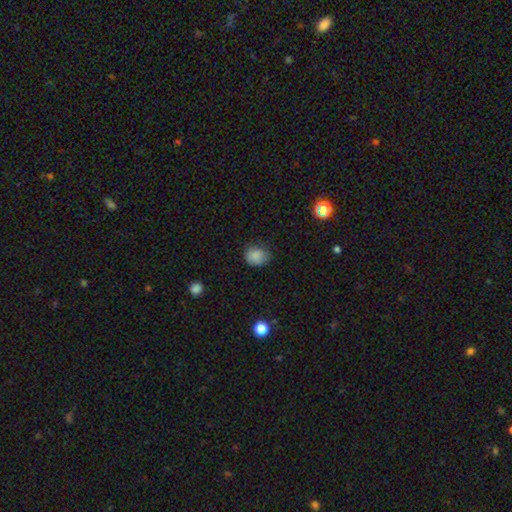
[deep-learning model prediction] A smooth galaxy with no disk features (85%) that is round (53%). Merging: none (68%).